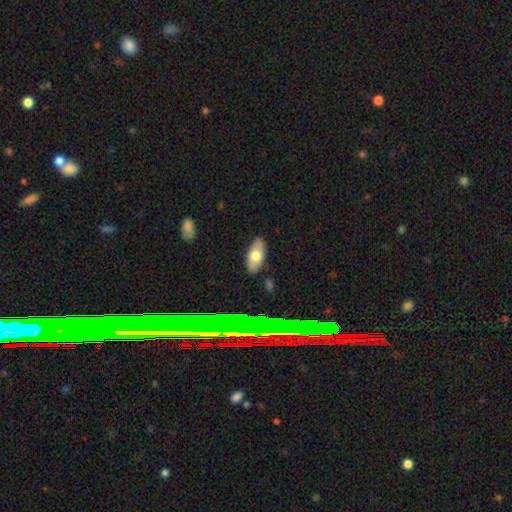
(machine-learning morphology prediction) This appears to be a smooth galaxy with no disk features (69%) that is in between round and cigar-shaped (88%). Merging: none (85%).